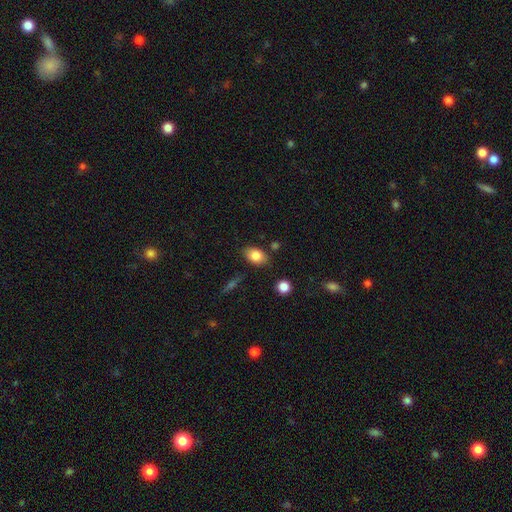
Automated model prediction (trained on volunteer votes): A smooth galaxy with no disk features (82%) that is in between round and cigar-shaped (84%).

Vote fractions:
- Smooth or featured? smooth: 82% / featured or disk: 9% / star or artifact: 8%
- How rounded? in between: 84% / round: 14% / cigar-shaped: 2%
- Merging? none: 80% / minor disturbance: 14% / merger: 4% / major disturbance: 3%